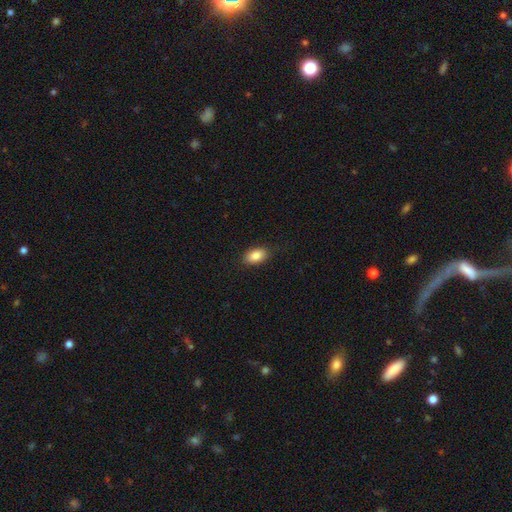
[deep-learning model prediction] This is clearly a smooth galaxy (87%). How rounded: clearly in between (91%). Merging: clearly none (86%).